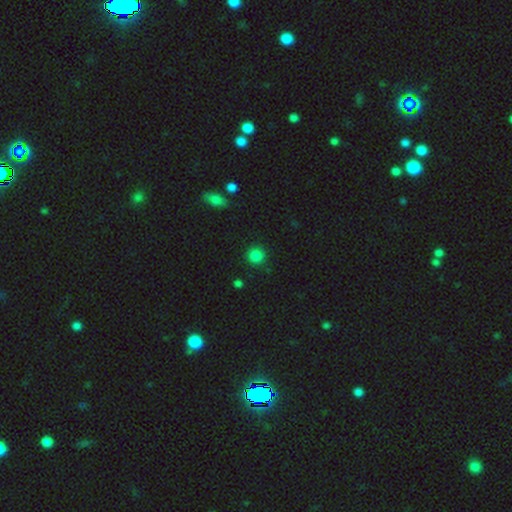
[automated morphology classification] The model was most divided on "smooth or featured": smooth: 84%, star or artifact: 13%, featured or disk: 4%. More confident: how rounded — round (93%); merging — none (90%).